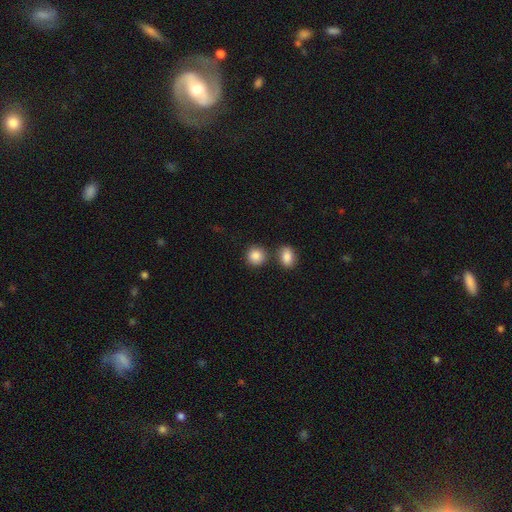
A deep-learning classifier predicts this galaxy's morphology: Smooth or featured: smooth — 87% (star or artifact — 8%)
How rounded: round — 86% (in between — 13%)
Merging: none — 74% (merger — 14%)